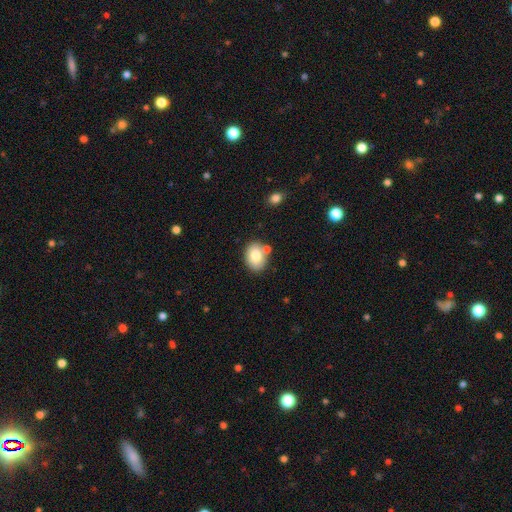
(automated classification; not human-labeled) Morphology: type=smooth (80%); roundness=in between (68%); merging=none (71%).